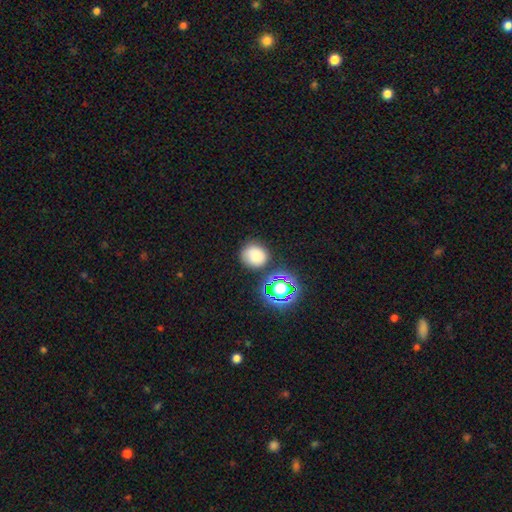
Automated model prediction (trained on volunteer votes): Smooth or featured? Predicted: smooth (p=0.74). How rounded? Predicted: round (p=0.80). Merging? Predicted: none (p=0.74).